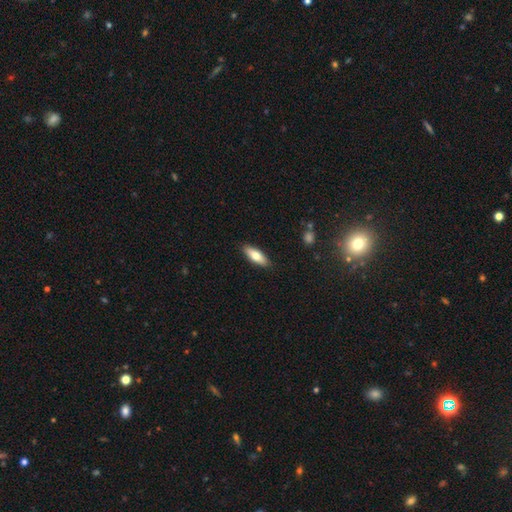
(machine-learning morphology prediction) Smooth or featured? Predicted: smooth (p=0.73). How rounded? Predicted: in between (p=0.62). Merging? Predicted: none (p=0.88).